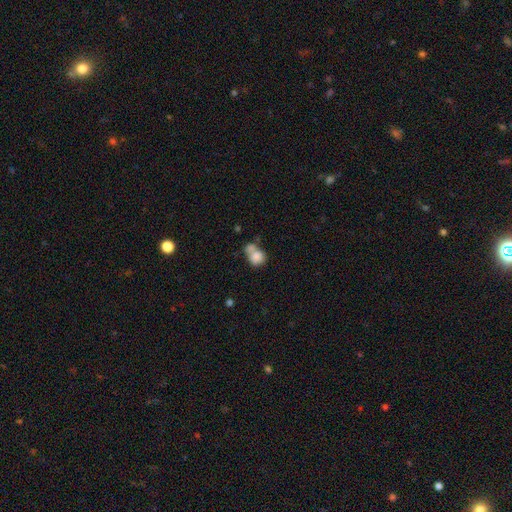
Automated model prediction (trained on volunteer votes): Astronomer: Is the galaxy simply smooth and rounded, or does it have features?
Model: smooth — 81%.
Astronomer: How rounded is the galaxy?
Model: round — 64%.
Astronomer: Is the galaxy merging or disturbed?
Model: merger — 53% (runner-up: none, 29%).